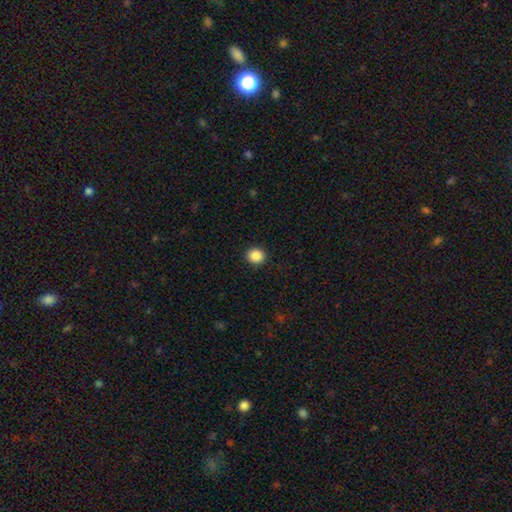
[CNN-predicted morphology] smooth-or-featured: smooth: 87% | star or artifact: 10% | featured or disk: 3%
  how-rounded: round: 84% | in between: 15% | cigar-shaped: 1%
  merging: none: 92% | minor disturbance: 5% | major disturbance: 2% | merger: 1%